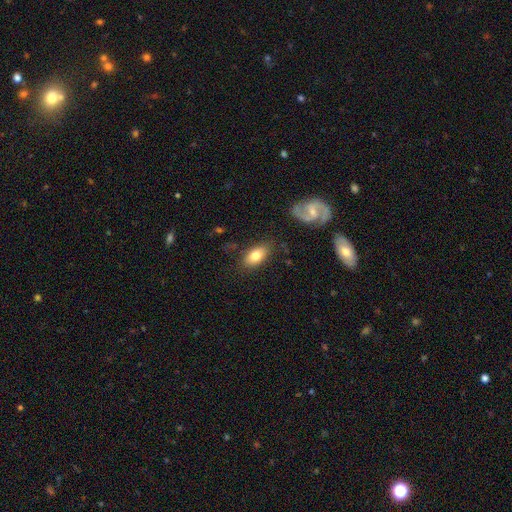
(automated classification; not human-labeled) Smooth or featured: smooth — 77% (featured or disk — 16%)
How rounded: in between — 89% (round — 6%)
Merging: none — 79% (minor disturbance — 14%)